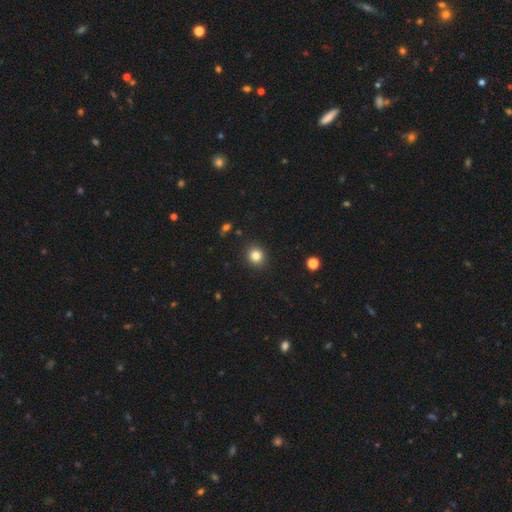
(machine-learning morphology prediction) smooth-or-featured: smooth: 83% | star or artifact: 12% | featured or disk: 6%
  how-rounded: round: 84% | in between: 15% | cigar-shaped: 1%
  merging: none: 90% | minor disturbance: 6% | major disturbance: 2% | merger: 1%